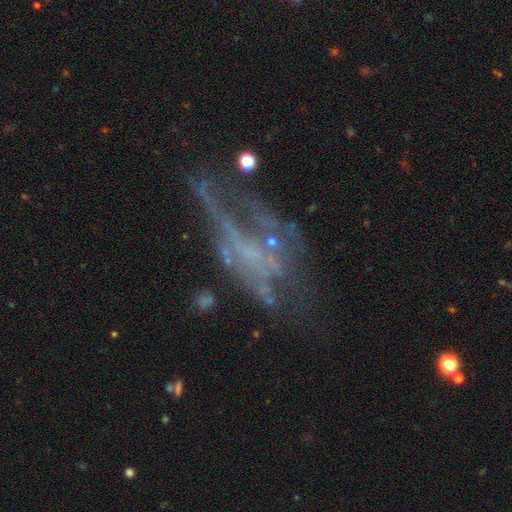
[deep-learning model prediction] smooth_or_featured: featured or disk (p=0.67) [alt: star or artifact p=0.18]
disk_edge_on: no (p=0.89) [alt: yes p=0.11]
bar: no (p=0.84) [alt: weak p=0.11]
has_spiral_arms: no (p=0.78) [alt: yes p=0.22]
bulge_size: none (p=0.76) [alt: small p=0.15]
merging: major disturbance (p=0.44) [alt: none p=0.29]